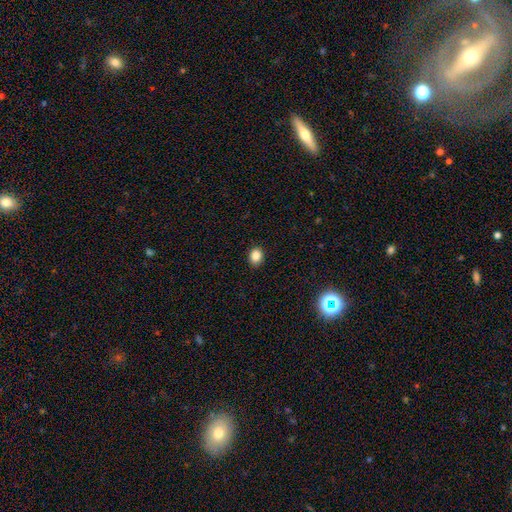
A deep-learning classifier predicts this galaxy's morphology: The model was most divided on "how rounded": round: 53%, in between: 46%, cigar-shaped: 1%. More confident: merging — none (89%); smooth or featured — smooth (86%).